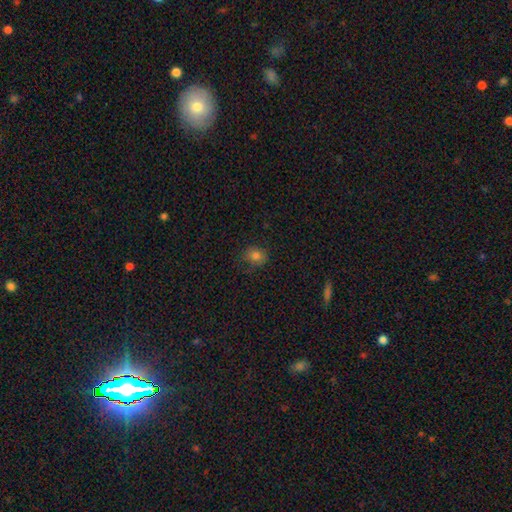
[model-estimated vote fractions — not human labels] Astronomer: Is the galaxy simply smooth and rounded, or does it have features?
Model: smooth — 79%.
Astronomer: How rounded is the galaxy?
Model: round — 76%.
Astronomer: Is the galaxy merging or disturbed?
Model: none — 78%.